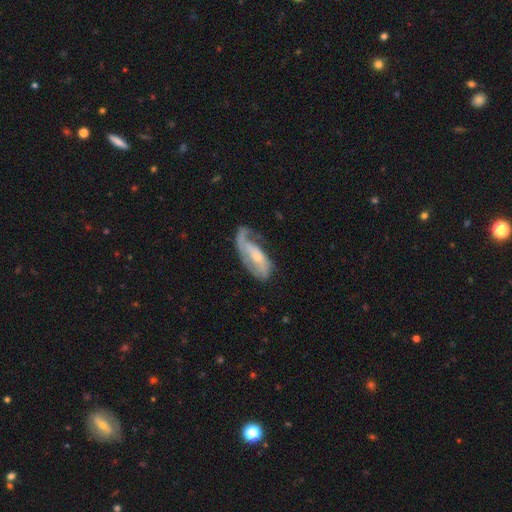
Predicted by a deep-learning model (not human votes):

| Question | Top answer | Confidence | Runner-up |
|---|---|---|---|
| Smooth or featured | featured or disk | 69% | smooth (25%) |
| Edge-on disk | no | 90% | yes (10%) |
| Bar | no | 51% | weak (34%) |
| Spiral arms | yes | 84% | no (16%) |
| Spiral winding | medium | 37% | loose (32%) |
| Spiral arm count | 1 | 42% | 2 (39%) |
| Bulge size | small | 54% | moderate (36%) |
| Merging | none | 39% | major disturbance (31%) |